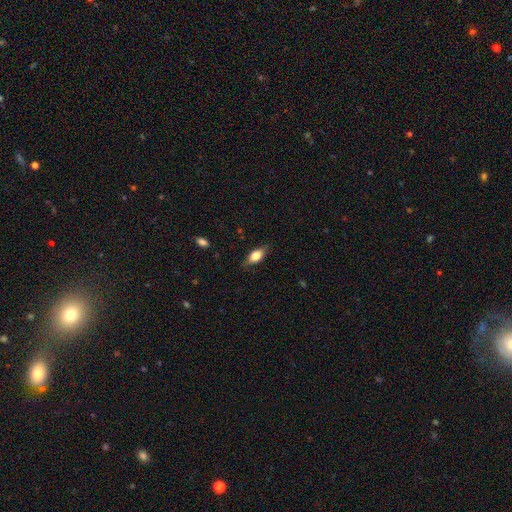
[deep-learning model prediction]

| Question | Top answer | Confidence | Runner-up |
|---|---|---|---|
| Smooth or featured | smooth | 70% | featured or disk (23%) |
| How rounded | in between | 81% | cigar-shaped (13%) |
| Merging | none | 79% | minor disturbance (16%) |